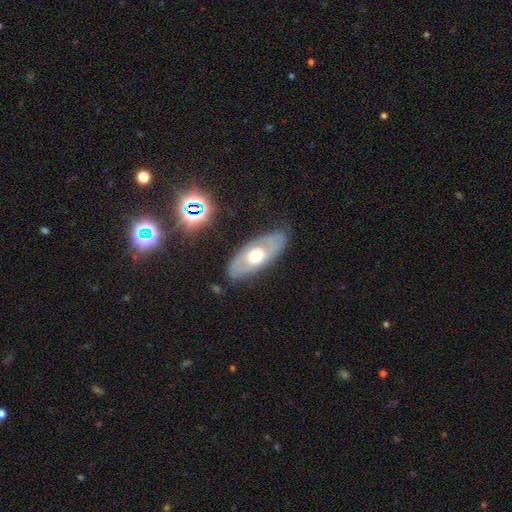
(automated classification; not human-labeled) The model was most divided on "smooth or featured": featured or disk: 54%, smooth: 39%, star or artifact: 7%. More confident: merging — none (80%); edge-on disk — no (79%).